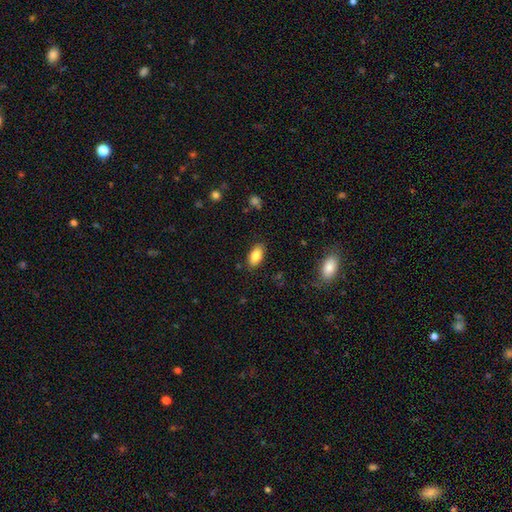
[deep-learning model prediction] Q: Smooth or featured?
A: smooth (85%); runner-up: featured or disk (7%)
Q: How rounded?
A: in between (91%); runner-up: cigar-shaped (5%)
Q: Merging?
A: none (86%); runner-up: minor disturbance (10%)